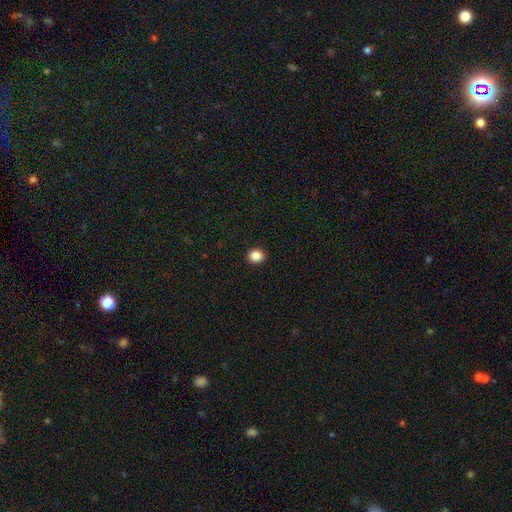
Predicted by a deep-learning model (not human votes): Q: Smooth or featured?
A: smooth (87%); runner-up: star or artifact (10%)
Q: How rounded?
A: round (80%); runner-up: in between (19%)
Q: Merging?
A: none (92%); runner-up: minor disturbance (5%)